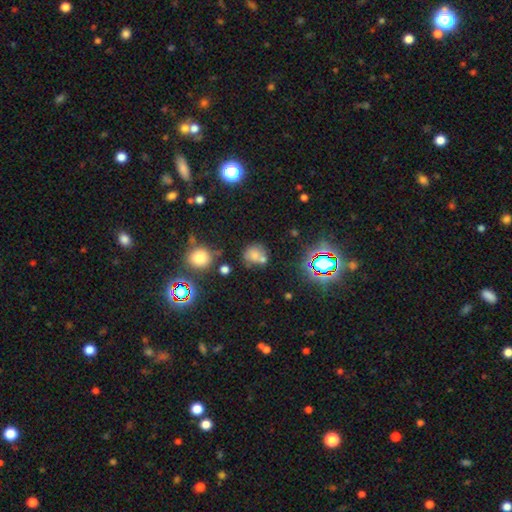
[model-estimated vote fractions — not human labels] Smooth or featured: smooth — 62% (star or artifact — 25%)
How rounded: round — 79% (in between — 19%)
Merging: none — 53% (merger — 28%)